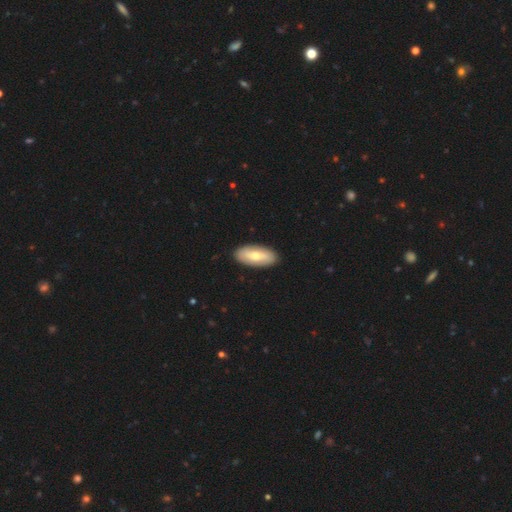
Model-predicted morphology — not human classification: Q: Smooth or featured?
A: smooth (64%); runner-up: featured or disk (32%)
Q: How rounded?
A: in between (89%); runner-up: cigar-shaped (9%)
Q: Merging?
A: none (90%); runner-up: minor disturbance (7%)